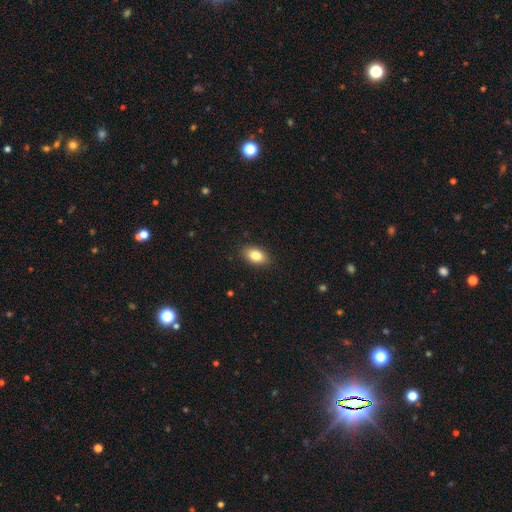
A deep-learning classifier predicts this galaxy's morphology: smooth-or-featured: smooth: 84% | featured or disk: 8% | star or artifact: 8%
  how-rounded: in between: 89% | round: 9% | cigar-shaped: 2%
  merging: none: 88% | minor disturbance: 9% | major disturbance: 2% | merger: 1%